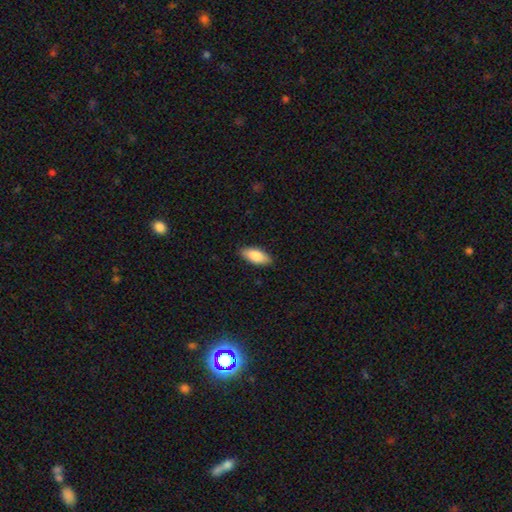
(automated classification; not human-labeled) Morphology: type=smooth (84%); roundness=in between (84%); merging=none (88%).